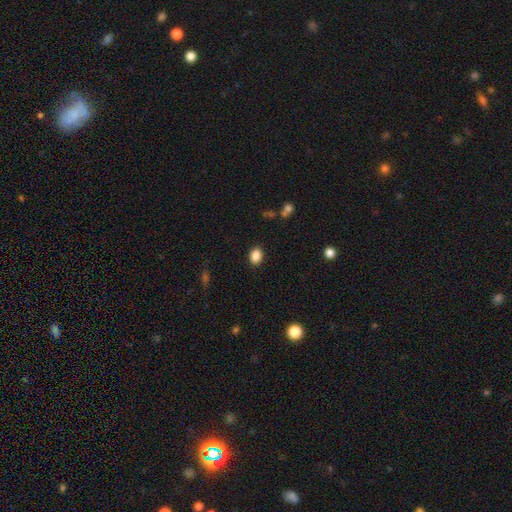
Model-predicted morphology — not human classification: smooth 87%, star or artifact 9%, featured or disk 4%. Down the decision tree: how rounded — in between (76%); merging — none (87%).